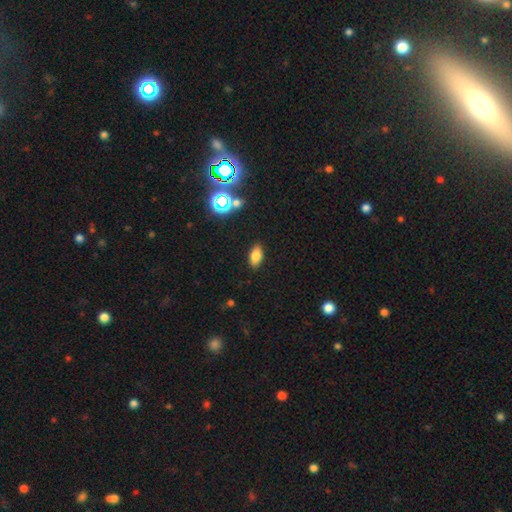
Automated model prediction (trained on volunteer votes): Morphology: type=smooth (77%); roundness=in between (89%); merging=none (88%).